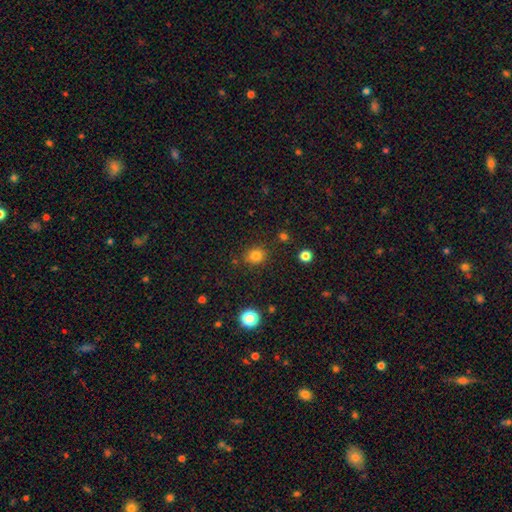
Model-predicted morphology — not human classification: smooth_or_featured: smooth (p=0.81) [alt: star or artifact p=0.14]
how_rounded: round (p=0.79) [alt: in between p=0.20]
merging: none (p=0.84) [alt: minor disturbance p=0.10]